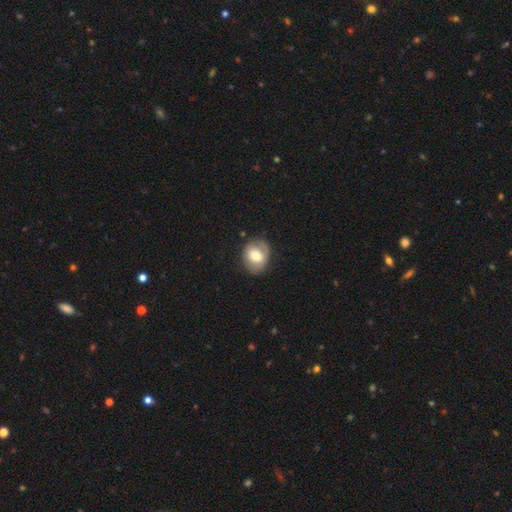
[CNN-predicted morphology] This is possibly a smooth galaxy (59%). How rounded: possibly round (56%). Merging: likely none (73%).